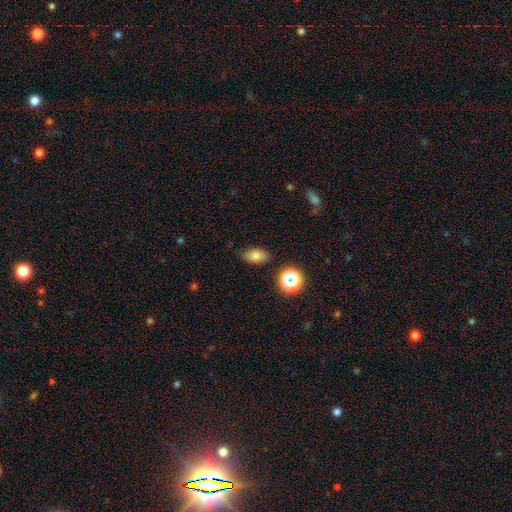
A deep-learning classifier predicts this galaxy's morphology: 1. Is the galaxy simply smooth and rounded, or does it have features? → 76% smooth, 14% star or artifact, 10% featured or disk.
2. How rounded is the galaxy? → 85% in between, 12% round, 2% cigar-shaped.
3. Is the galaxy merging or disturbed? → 75% none, 18% minor disturbance, 4% major disturbance, 3% merger.